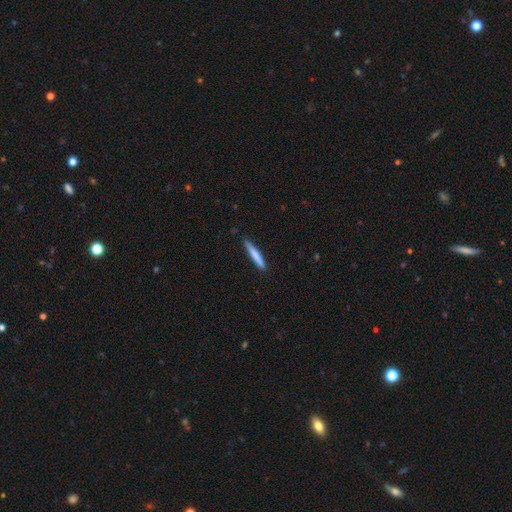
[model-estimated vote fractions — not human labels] A smooth galaxy with no disk features (75%) that is cigar-shaped (95%). Merging: none (87%).